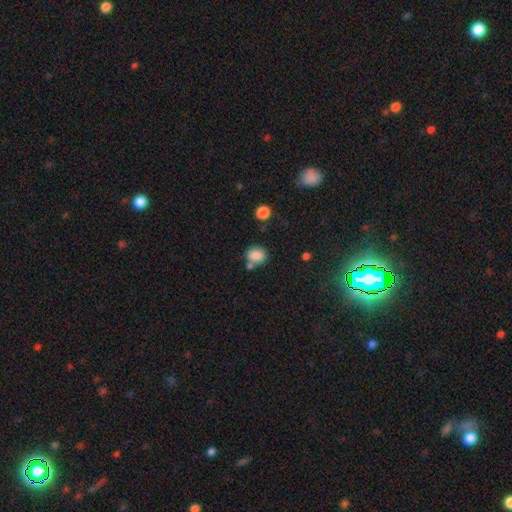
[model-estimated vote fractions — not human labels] Smooth or featured? smooth (84%)
How rounded? round (51%)
Merging? none (57%)